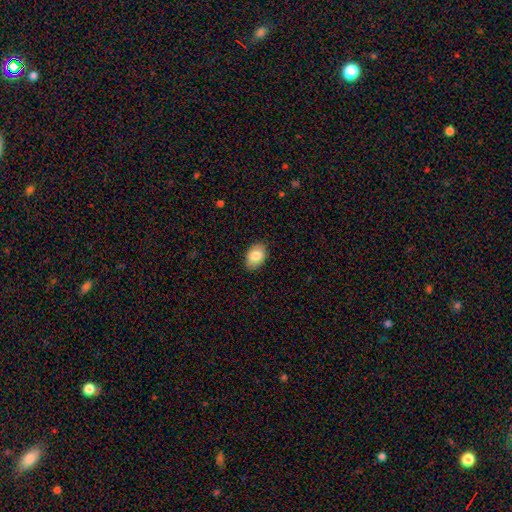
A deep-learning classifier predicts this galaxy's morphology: Smooth or featured?
  - smooth: 83% *
  - featured or disk: 10%
  - star or artifact: 7%
How rounded?
  - in between: 87% *
  - round: 12%
  - cigar-shaped: 1%
Merging?
  - none: 88% *
  - minor disturbance: 9%
  - major disturbance: 2%
  - merger: 1%